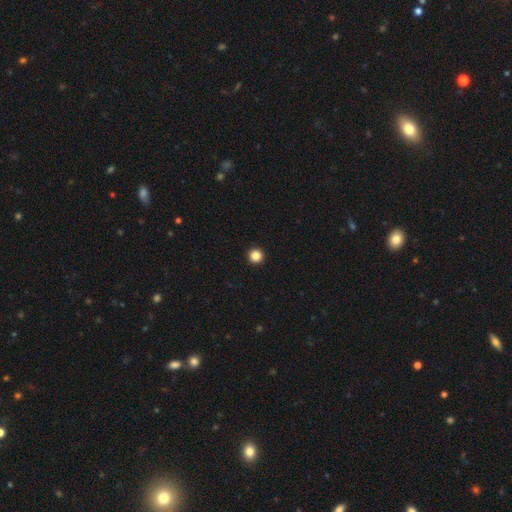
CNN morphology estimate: smooth_or_featured: smooth (p=0.85) [alt: star or artifact p=0.11]
how_rounded: round (p=0.97) [alt: in between p=0.02]
merging: none (p=0.95) [alt: minor disturbance p=0.03]